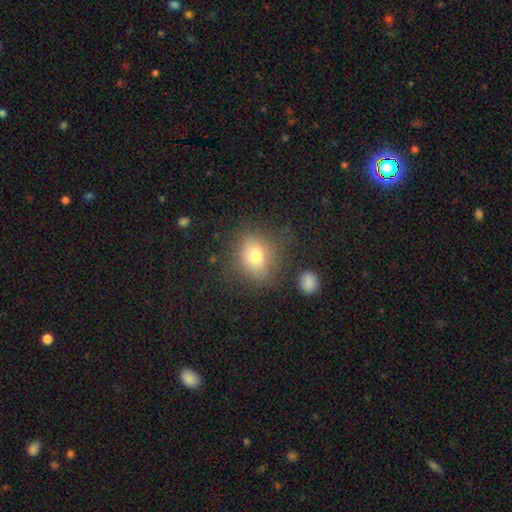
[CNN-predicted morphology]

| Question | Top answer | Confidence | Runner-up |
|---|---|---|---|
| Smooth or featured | smooth | 74% | featured or disk (13%) |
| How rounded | round | 54% | in between (44%) |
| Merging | none | 74% | minor disturbance (16%) |